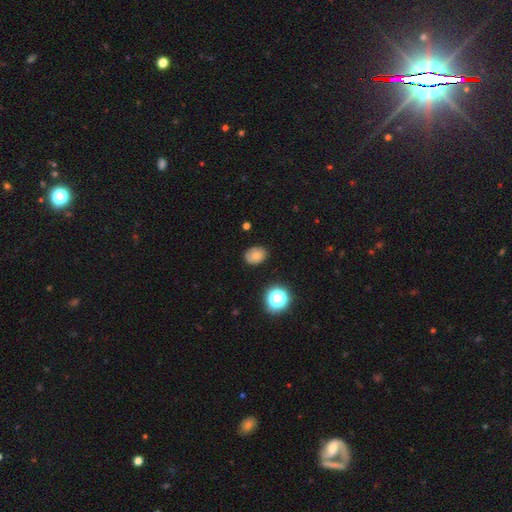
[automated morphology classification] type=smooth (72%); roundness=in between (58%); merging=none (78%).